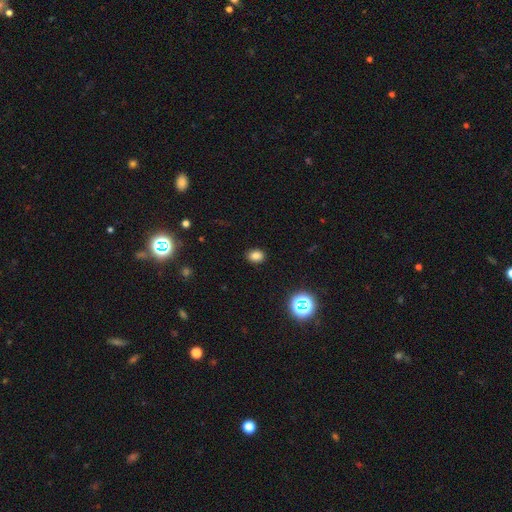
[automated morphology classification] smooth-or-featured: smooth: 79% | star or artifact: 15% | featured or disk: 6%
  how-rounded: in between: 60% | round: 39% | cigar-shaped: 1%
  merging: none: 88% | minor disturbance: 8% | major disturbance: 2% | merger: 1%